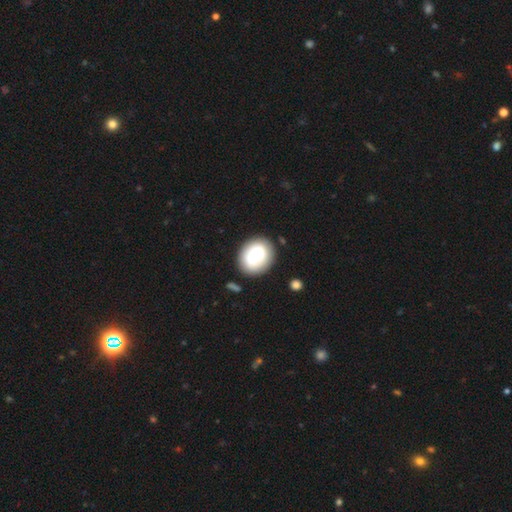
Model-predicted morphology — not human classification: smooth_or_featured: smooth (p=0.65) [alt: featured or disk p=0.28]
how_rounded: round (p=0.55) [alt: in between p=0.44]
merging: none (p=0.84) [alt: minor disturbance p=0.10]